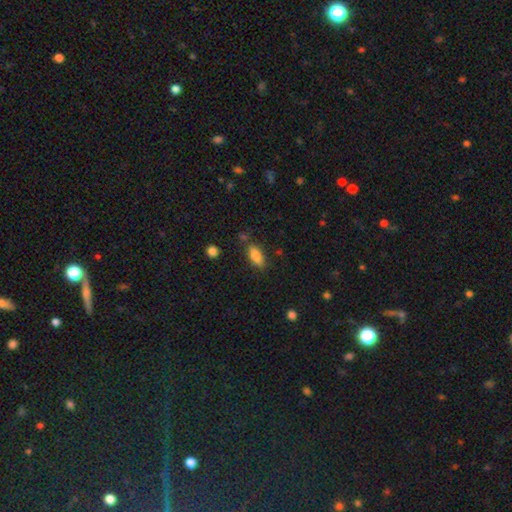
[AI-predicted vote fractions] Smooth or featured? Predicted: smooth (p=0.83). How rounded? Predicted: in between (p=0.81). Merging? Predicted: none (p=0.75).